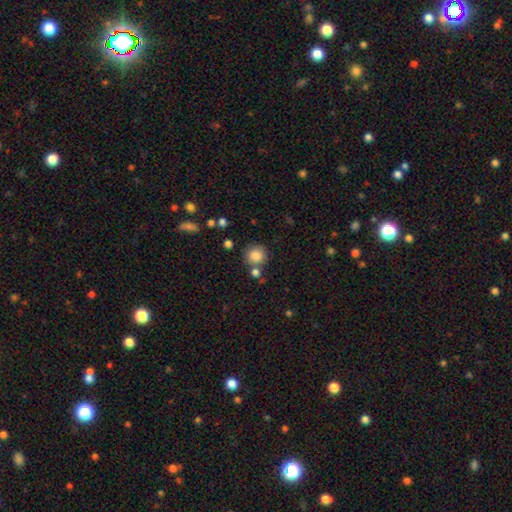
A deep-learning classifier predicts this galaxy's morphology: smooth-or-featured: smooth: 85% | star or artifact: 10% | featured or disk: 5%
  how-rounded: round: 90% | in between: 9% | cigar-shaped: 1%
  merging: none: 75% | merger: 12% | minor disturbance: 10% | major disturbance: 3%